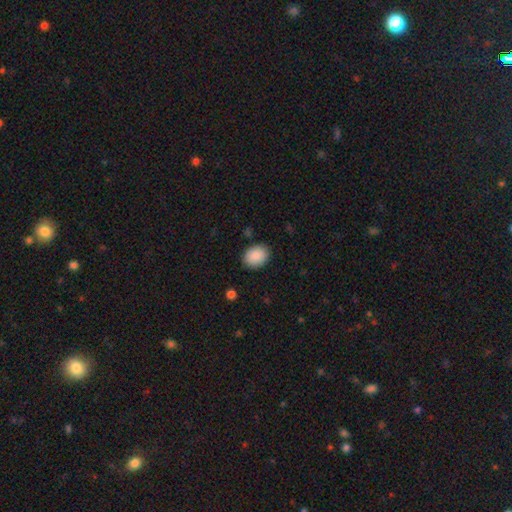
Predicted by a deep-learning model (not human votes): Smooth or featured? smooth (90%)
How rounded? in between (67%)
Merging? none (86%)